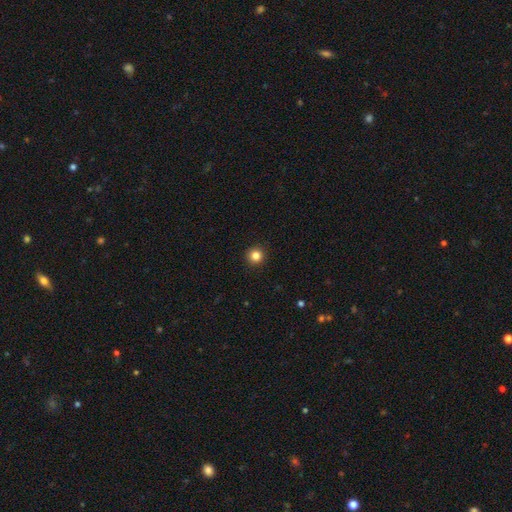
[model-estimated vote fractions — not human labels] The model was most divided on "smooth or featured": smooth: 84%, star or artifact: 12%, featured or disk: 4%. More confident: how rounded — round (95%); merging — none (94%).